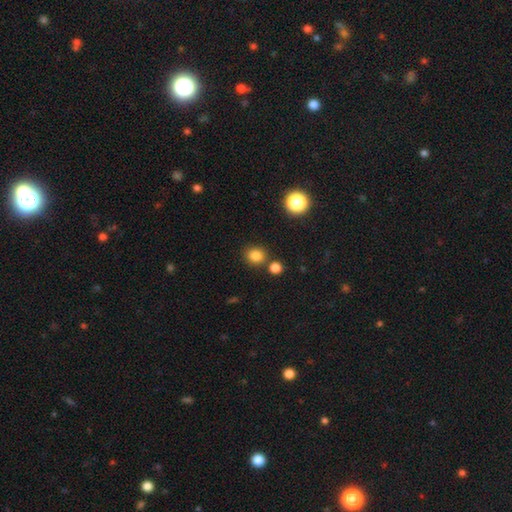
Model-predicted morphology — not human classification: Smooth or featured? Predicted: smooth (p=0.83). How rounded? Predicted: round (p=0.81). Merging? Predicted: none (p=0.78).